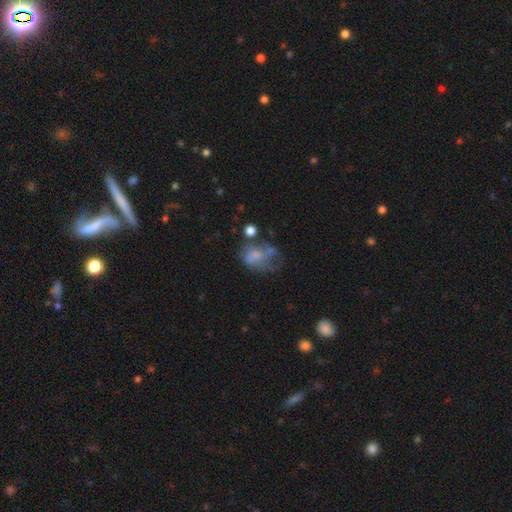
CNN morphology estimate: Overall: smooth (48%; featured or disk 39%). Merging: major disturbance (37%; none 25%).